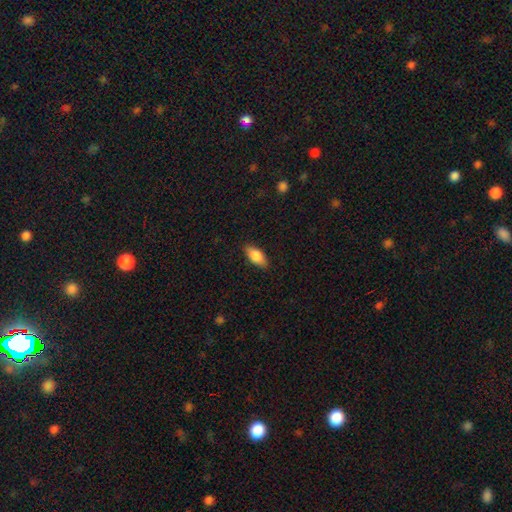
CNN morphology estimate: A smooth galaxy with no disk features (81%) that is in between round and cigar-shaped (86%).

Vote fractions:
- Smooth or featured? smooth: 81% / featured or disk: 12% / star or artifact: 6%
- How rounded? in between: 86% / cigar-shaped: 11% / round: 3%
- Merging? none: 86% / minor disturbance: 11% / major disturbance: 2% / merger: 1%